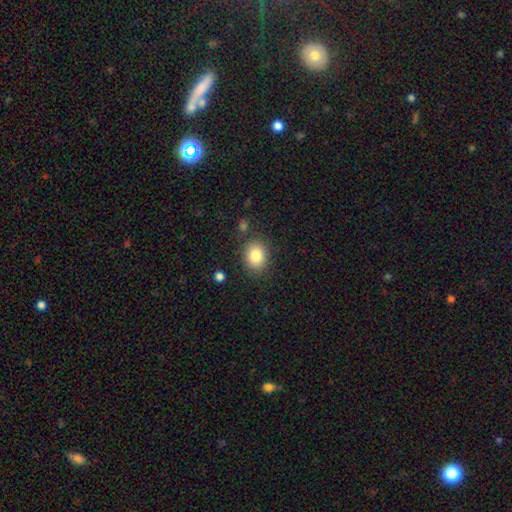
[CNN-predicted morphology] A smooth galaxy with no disk features (84%) that is in between round and cigar-shaped (53%).

Vote fractions:
- Smooth or featured? smooth: 84% / star or artifact: 9% / featured or disk: 7%
- How rounded? in between: 53% / round: 46% / cigar-shaped: 1%
- Merging? none: 83% / minor disturbance: 11% / major disturbance: 3% / merger: 3%